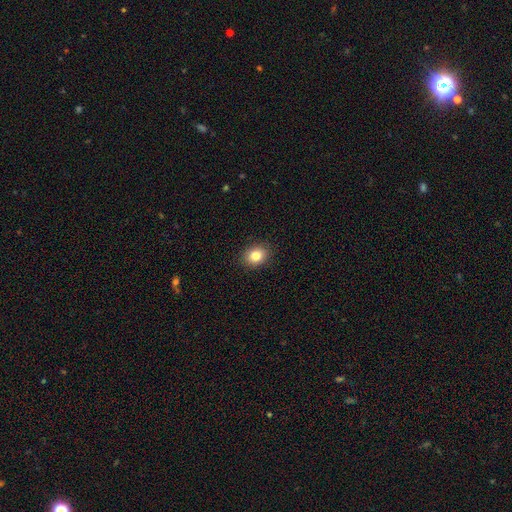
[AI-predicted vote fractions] Smooth or featured? Predicted: smooth (p=0.83). How rounded? Predicted: round (p=0.52). Merging? Predicted: none (p=0.90).